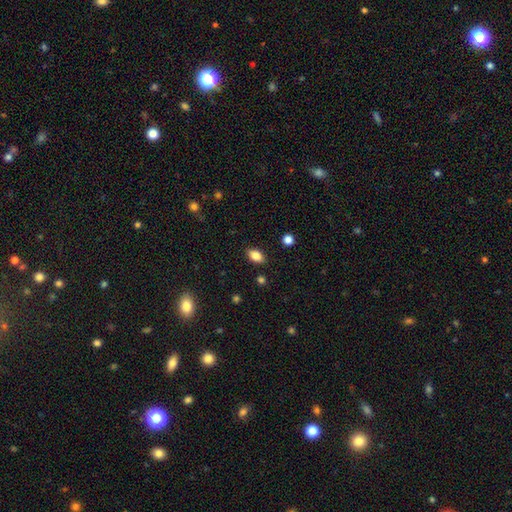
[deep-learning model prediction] This appears to be a smooth galaxy with no disk features (85%) that is in between round and cigar-shaped (87%). Merging: none (87%).